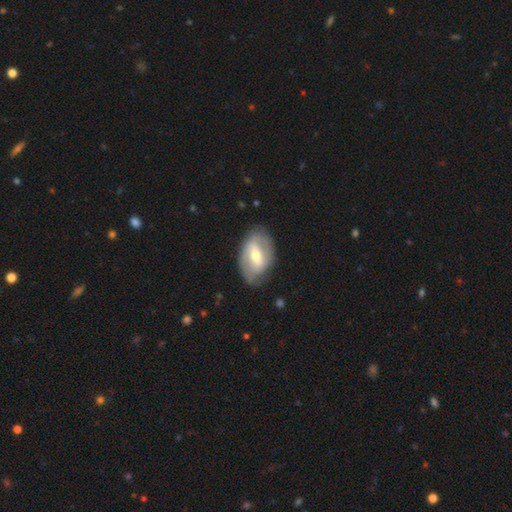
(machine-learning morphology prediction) Overall: featured or disk (68%). Edge-on disk: no (93%). Bar: strong (44%; weak 40%). Spiral arms: yes (69%; no 31%). Bulge size: moderate (64%; small 29%). Merging: none (75%).